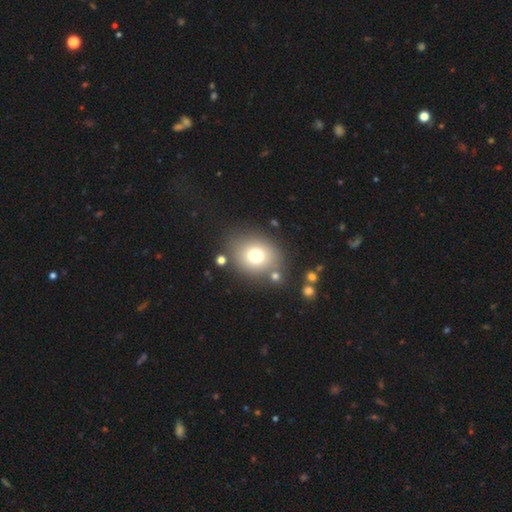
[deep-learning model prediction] Smooth or featured: smooth — 73% (featured or disk — 14%)
How rounded: round — 64% (in between — 35%)
Merging: none — 77% (minor disturbance — 11%)